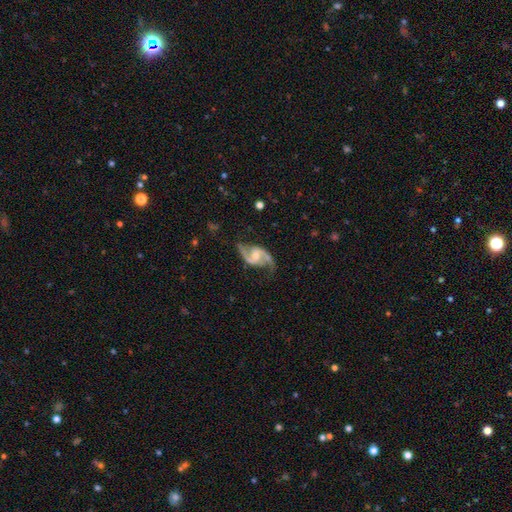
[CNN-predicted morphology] Smooth or featured: featured or disk — 92% (star or artifact — 4%)
Edge-on disk: no — 98% (yes — 2%)
Bar: weak — 45% (no — 41%)
Spiral arms: yes — 98% (no — 2%)
Spiral winding: medium — 47% (loose — 43%)
Spiral arm count: 2 — 94% (can't tell — 2%)
Bulge size: moderate — 52% (small — 39%)
Merging: none — 76% (minor disturbance — 16%)